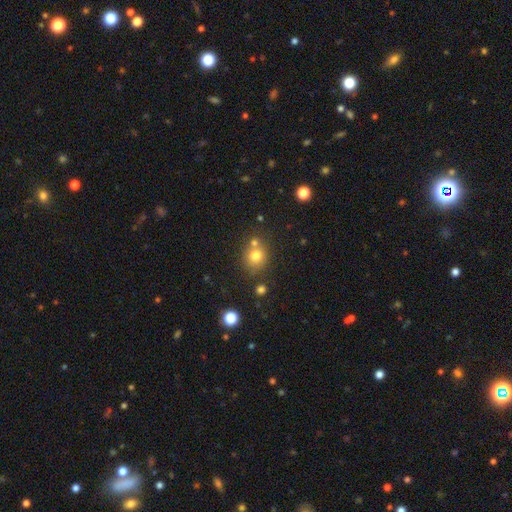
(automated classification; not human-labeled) A smooth galaxy with no disk features (75%) that is round (79%).

Vote fractions:
- Smooth or featured? smooth: 75% / star or artifact: 14% / featured or disk: 11%
- How rounded? round: 79% / in between: 20% / cigar-shaped: 1%
- Merging? none: 63% / merger: 23% / minor disturbance: 11% / major disturbance: 4%